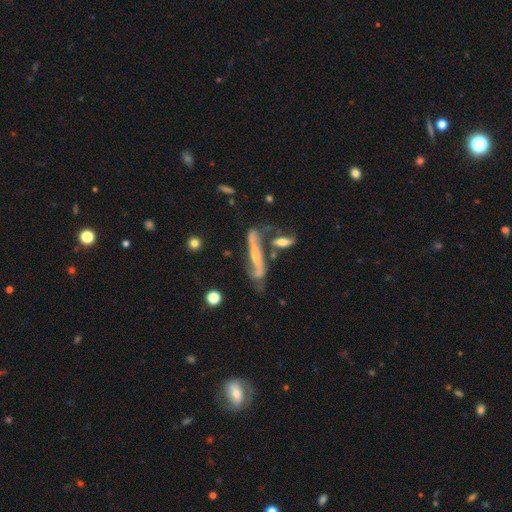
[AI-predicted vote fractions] This appears to be a featured or disk galaxy (75%) viewed edge-on (59%). Merging: none (43%).